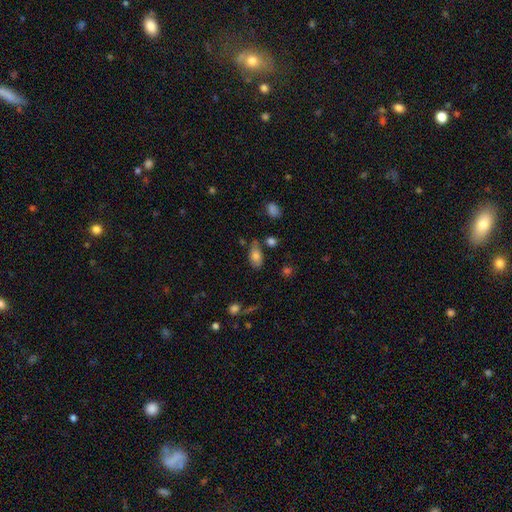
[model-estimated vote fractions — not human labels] A smooth galaxy with no disk features (79%) that is in between round and cigar-shaped (91%). Merging: none (64%).